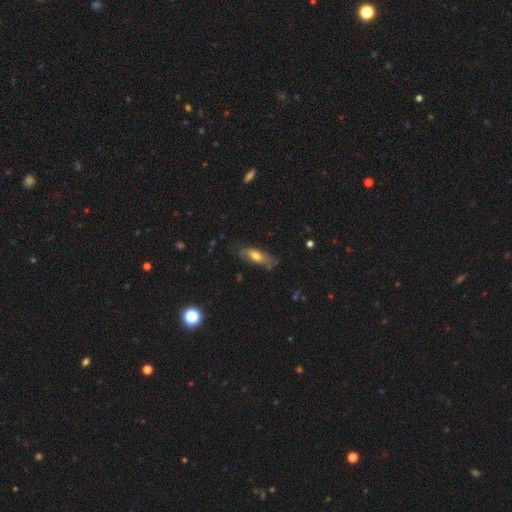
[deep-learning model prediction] Smooth or featured? smooth (57%)
How rounded? in between (65%)
Merging? none (62%)